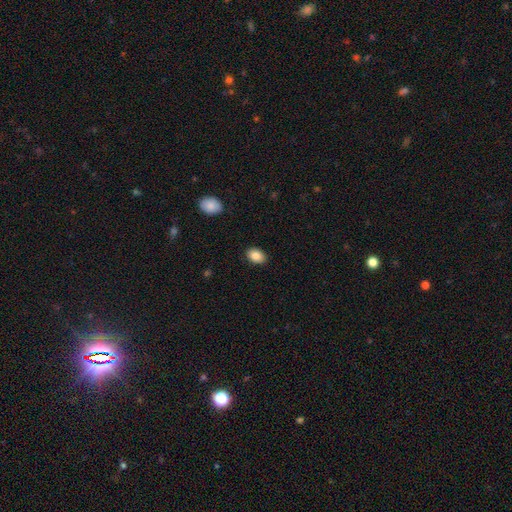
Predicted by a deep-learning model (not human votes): Smooth or featured: smooth — 86% (star or artifact — 8%)
How rounded: in between — 81% (round — 18%)
Merging: none — 89% (minor disturbance — 8%)